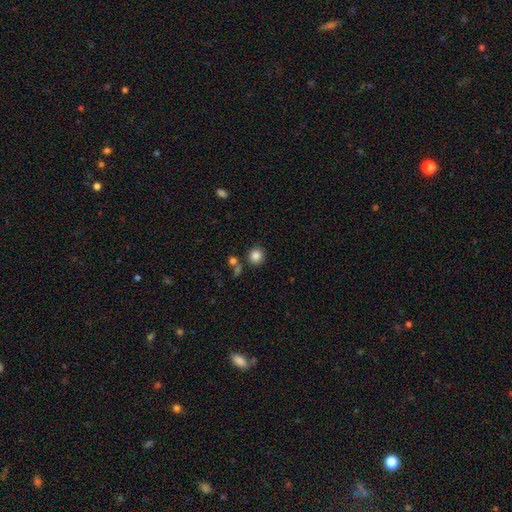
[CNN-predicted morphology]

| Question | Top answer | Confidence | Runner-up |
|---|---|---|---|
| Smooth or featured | smooth | 85% | star or artifact (10%) |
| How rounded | round | 88% | in between (11%) |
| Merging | none | 81% | minor disturbance (8%) |